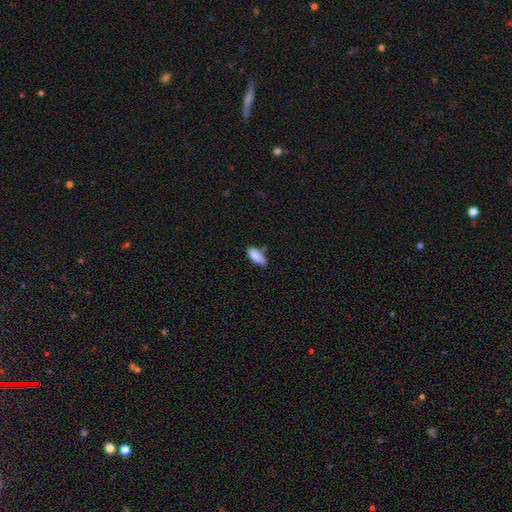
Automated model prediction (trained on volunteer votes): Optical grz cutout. It shows a smooth galaxy with no disk features (88%) that is in between round and cigar-shaped (82%). Merging: none (65%).